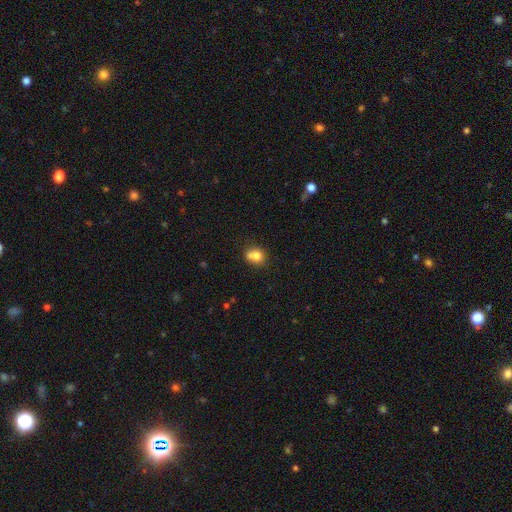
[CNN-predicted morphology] smooth 75%, featured or disk 14%, star or artifact 11%. Down the decision tree: how rounded — round (70%); merging — none (46%).